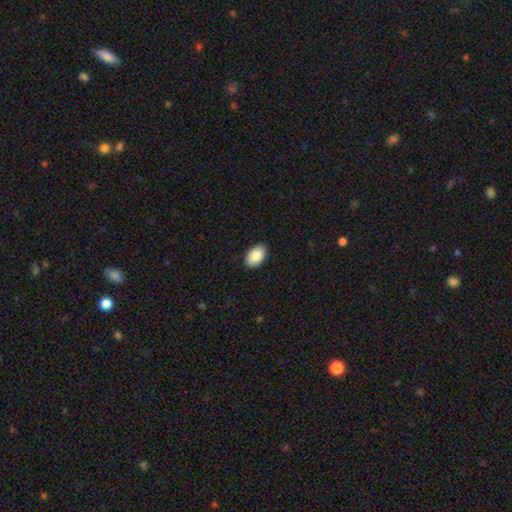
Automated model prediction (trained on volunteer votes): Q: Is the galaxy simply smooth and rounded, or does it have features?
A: smooth — 86%.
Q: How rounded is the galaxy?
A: in between — 91%.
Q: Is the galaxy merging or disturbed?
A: none — 90%.